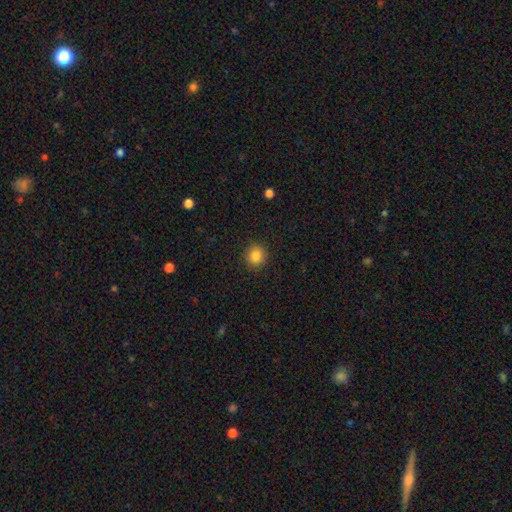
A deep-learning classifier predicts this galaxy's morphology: This is clearly a smooth galaxy (84%). How rounded: clearly round (93%). Merging: clearly none (92%).